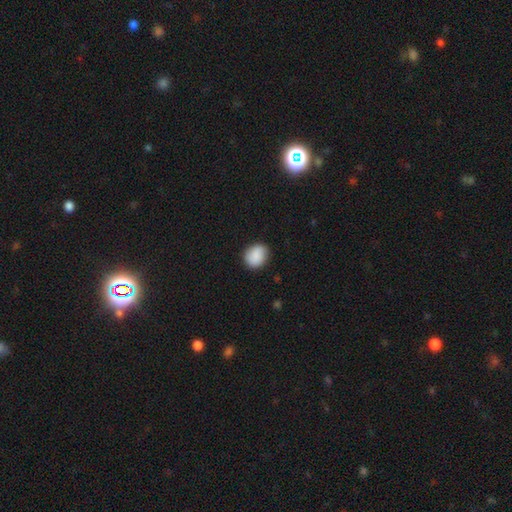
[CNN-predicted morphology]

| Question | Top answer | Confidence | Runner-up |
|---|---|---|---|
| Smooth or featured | smooth | 85% | featured or disk (8%) |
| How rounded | round | 66% | in between (33%) |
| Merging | none | 85% | minor disturbance (11%) |